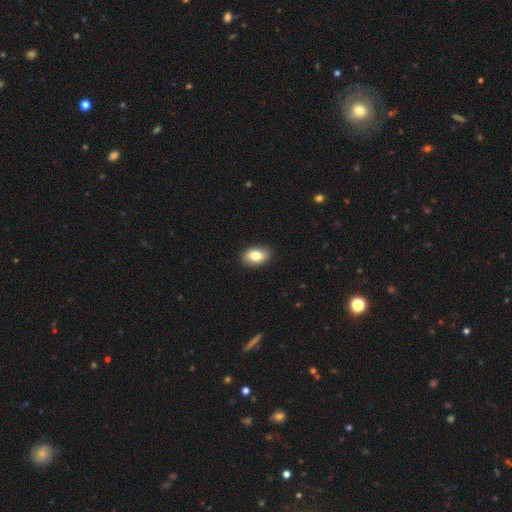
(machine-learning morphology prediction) Smooth or featured?
  - smooth: 81% *
  - featured or disk: 12%
  - star or artifact: 7%
How rounded?
  - in between: 87% *
  - round: 11%
  - cigar-shaped: 1%
Merging?
  - none: 89% *
  - minor disturbance: 8%
  - major disturbance: 2%
  - merger: 1%